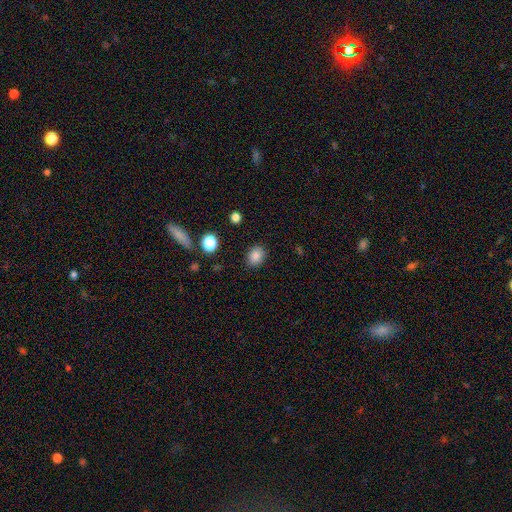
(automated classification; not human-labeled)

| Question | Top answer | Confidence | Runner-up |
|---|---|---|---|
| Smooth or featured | smooth | 85% | star or artifact (10%) |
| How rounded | in between | 53% | round (46%) |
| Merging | none | 87% | minor disturbance (8%) |